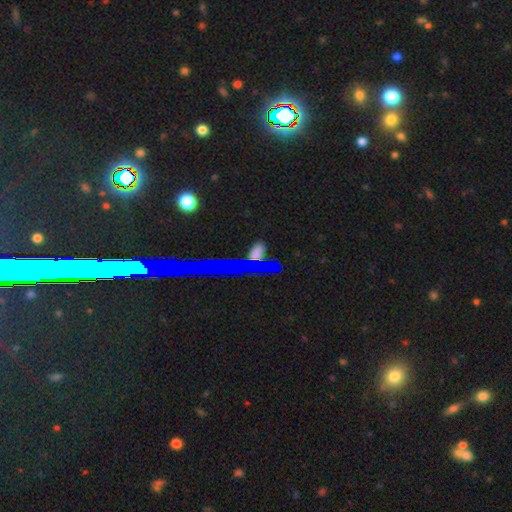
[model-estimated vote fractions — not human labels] Q: Smooth or featured?
A: star or artifact (42%); runner-up: smooth (37%)